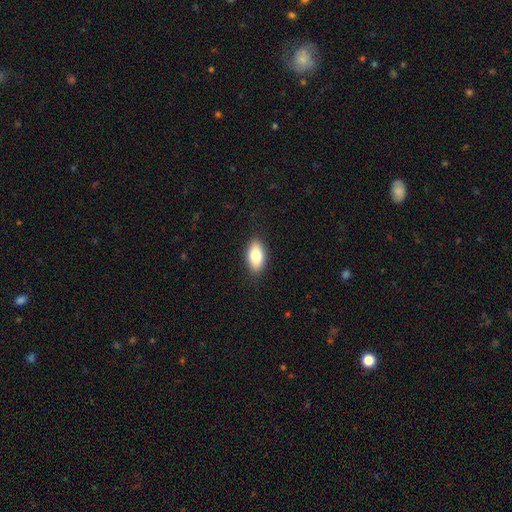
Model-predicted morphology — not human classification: The model was most divided on "smooth or featured": smooth: 80%, featured or disk: 13%, star or artifact: 7%. More confident: how rounded — in between (91%); merging — none (88%).